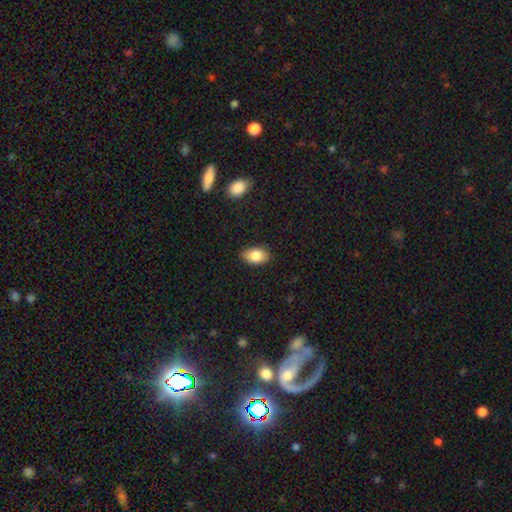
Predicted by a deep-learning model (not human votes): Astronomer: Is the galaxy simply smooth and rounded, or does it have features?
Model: smooth — 83%.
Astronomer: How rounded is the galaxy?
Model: in between — 90%.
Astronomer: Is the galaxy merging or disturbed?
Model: none — 86%.